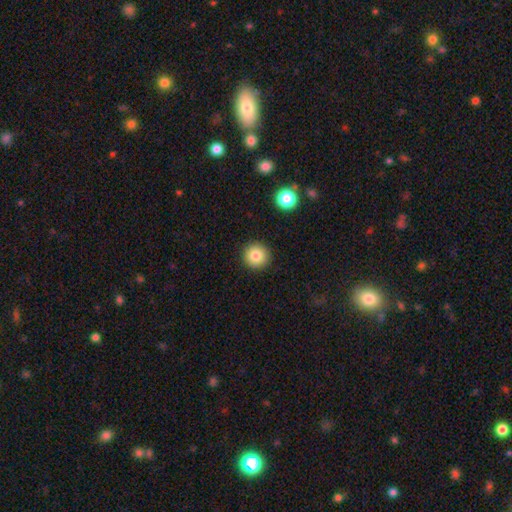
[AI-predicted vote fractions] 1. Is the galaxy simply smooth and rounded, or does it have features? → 82% smooth, 10% star or artifact, 7% featured or disk.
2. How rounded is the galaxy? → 95% round, 4% in between, 1% cigar-shaped.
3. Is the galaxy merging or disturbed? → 92% none, 5% minor disturbance, 2% major disturbance, 1% merger.